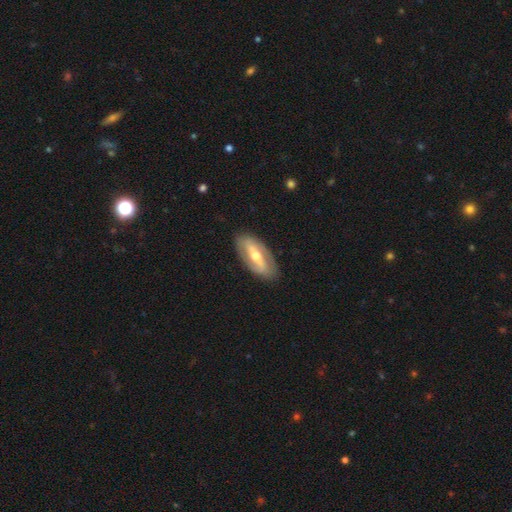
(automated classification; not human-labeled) A featured or disk galaxy (72%) with a strong bar (57%), spiral arms (60%) and a moderate central bulge (67%). Merging: none (85%).